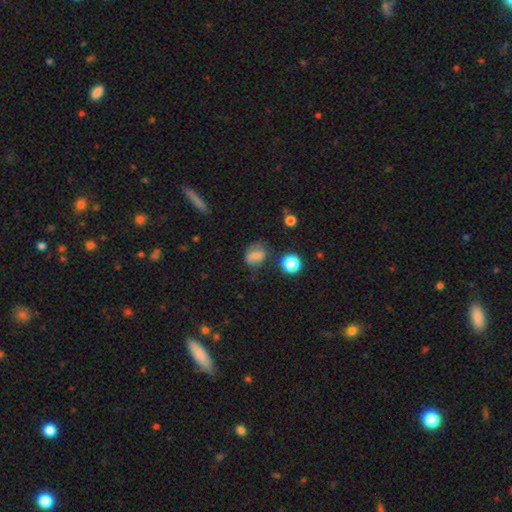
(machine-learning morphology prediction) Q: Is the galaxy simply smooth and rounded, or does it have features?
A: smooth — 65%.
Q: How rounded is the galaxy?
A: in between — 55%.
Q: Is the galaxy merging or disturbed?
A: none — 55%.